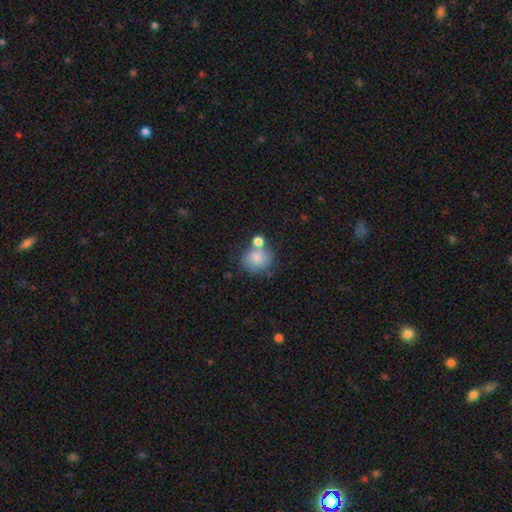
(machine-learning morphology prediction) A smooth galaxy with no disk features (77%) that is round (72%).

Vote fractions:
- Smooth or featured? smooth: 77% / featured or disk: 14% / star or artifact: 9%
- How rounded? round: 72% / in between: 27% / cigar-shaped: 1%
- Merging? none: 49% / merger: 28% / minor disturbance: 17% / major disturbance: 7%